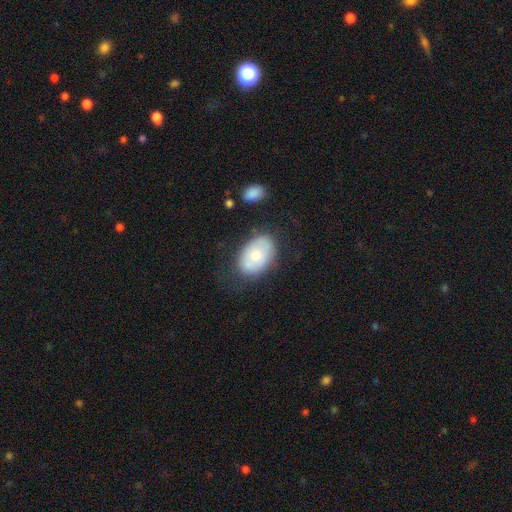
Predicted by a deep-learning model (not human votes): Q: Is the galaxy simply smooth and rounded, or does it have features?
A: smooth — 70%.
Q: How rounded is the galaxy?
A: in between — 89%.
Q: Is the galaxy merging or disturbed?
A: none — 67%.